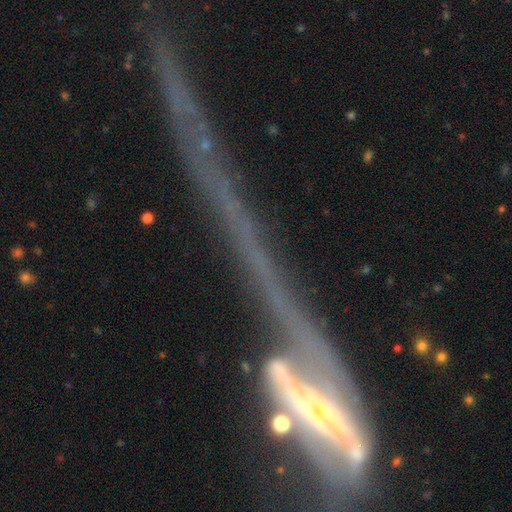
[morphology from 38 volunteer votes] Smooth or featured: featured or disk — 87% (smooth — 11%)
Edge-on disk: no — 58% (yes — 42%)
Bar: strong — 47% (no — 32%)
Spiral arms: yes — 89% (no — 11%)
Spiral winding: loose — 82% (tight — 18%)
Spiral arm count: can't tell — 41% (2 — 35%)
Bulge size: small — 58% (moderate — 21%)
Merging: major disturbance — 76% (none — 16%)